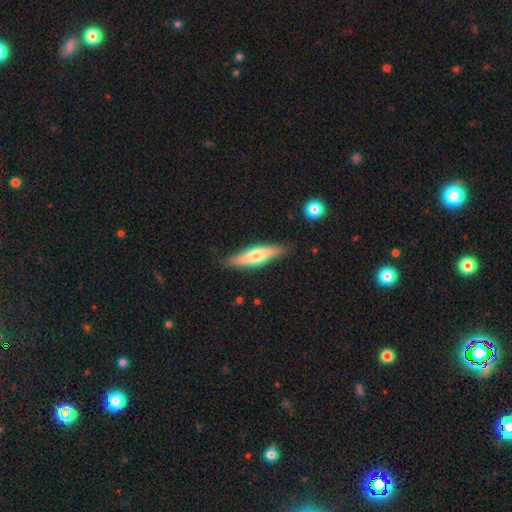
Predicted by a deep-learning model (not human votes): smooth 54%, featured or disk 40%, star or artifact 6%. Down the decision tree: how rounded — cigar-shaped (69%); merging — none (85%).